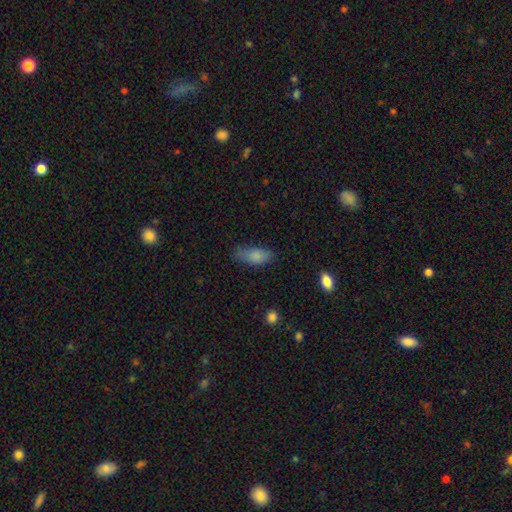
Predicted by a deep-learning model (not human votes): Q: Smooth or featured?
A: smooth (82%); runner-up: featured or disk (9%)
Q: How rounded?
A: in between (82%); runner-up: cigar-shaped (16%)
Q: Merging?
A: none (62%); runner-up: minor disturbance (28%)